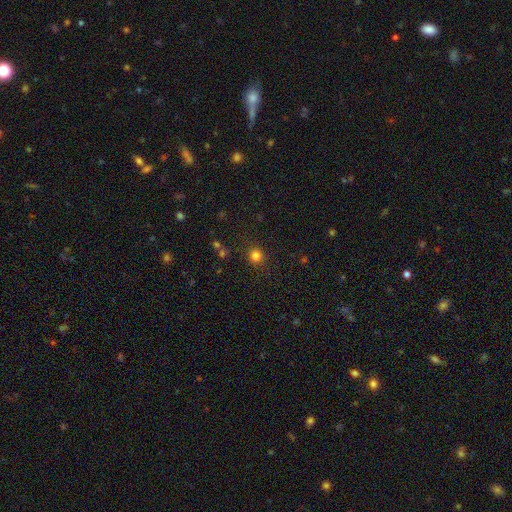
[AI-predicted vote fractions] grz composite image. It shows a smooth galaxy with no disk features (81%) that is round (89%). Merging: none (86%).